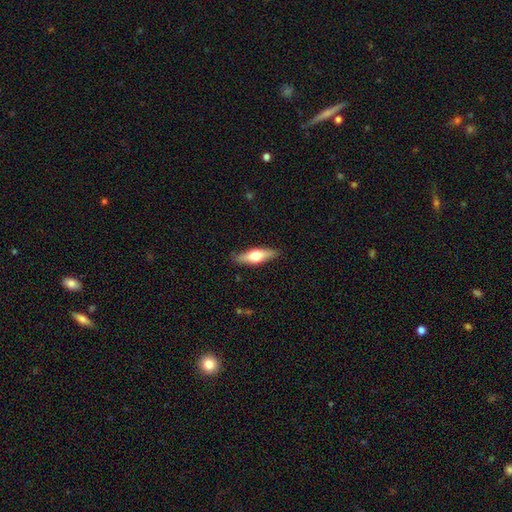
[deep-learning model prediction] A smooth galaxy with no disk features (49%). Merging: none (86%).